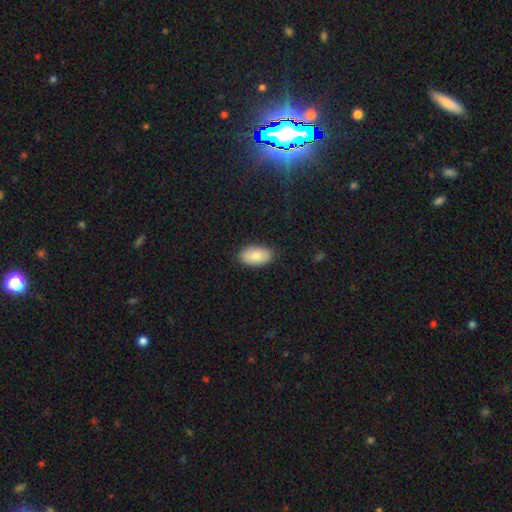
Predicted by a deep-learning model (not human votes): A smooth galaxy with no disk features (83%) that is in between round and cigar-shaped (94%). Merging: none (87%).